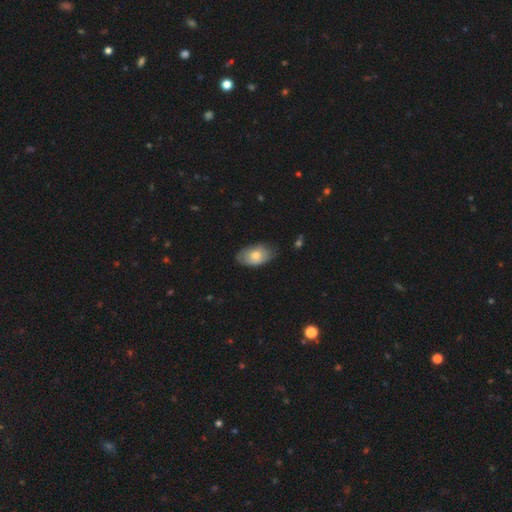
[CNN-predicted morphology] smooth 70%, featured or disk 24%, star or artifact 6%. Down the decision tree: how rounded — in between (92%); merging — none (71%).